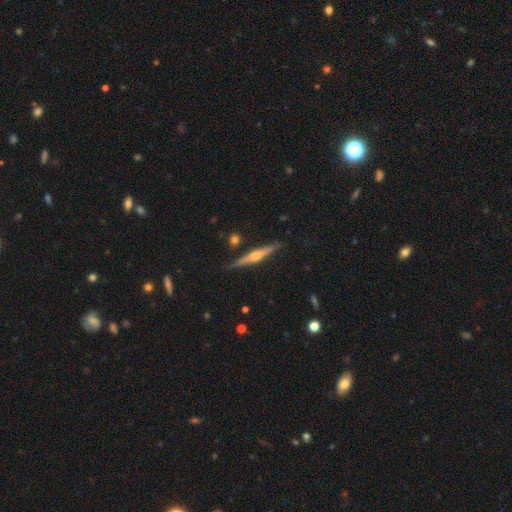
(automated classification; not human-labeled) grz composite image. It shows a featured or disk galaxy (73%) viewed edge-on (98%) with a rounded central bulge (83%). Merging: none (87%).